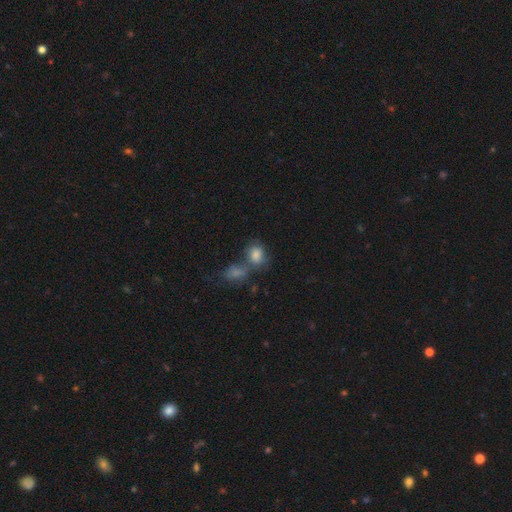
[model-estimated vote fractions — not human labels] The model was most divided on "merging": merger: 48%, none: 32%, minor disturbance: 13%, major disturbance: 7%. More confident: smooth or featured — smooth (79%); how rounded — in between (59%).